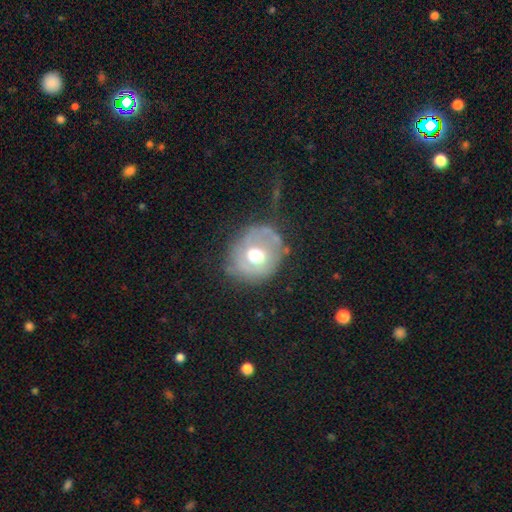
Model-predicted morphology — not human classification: Smooth or featured?
  - featured or disk: 51% *
  - smooth: 40%
  - star or artifact: 9%
Edge-on disk?
  - no: 95% *
  - yes: 5%
Merging?
  - none: 58% *
  - minor disturbance: 23%
  - major disturbance: 16%
  - merger: 3%